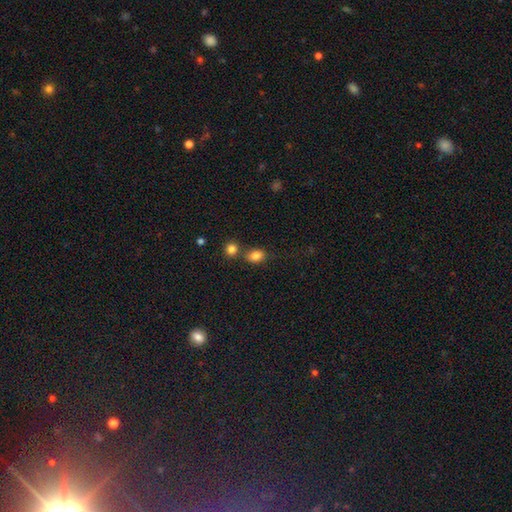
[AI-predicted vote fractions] Smooth or featured?
  - smooth: 83% *
  - star or artifact: 11%
  - featured or disk: 6%
How rounded?
  - in between: 61% *
  - round: 37%
  - cigar-shaped: 1%
Merging?
  - none: 61% *
  - merger: 23%
  - minor disturbance: 12%
  - major disturbance: 4%